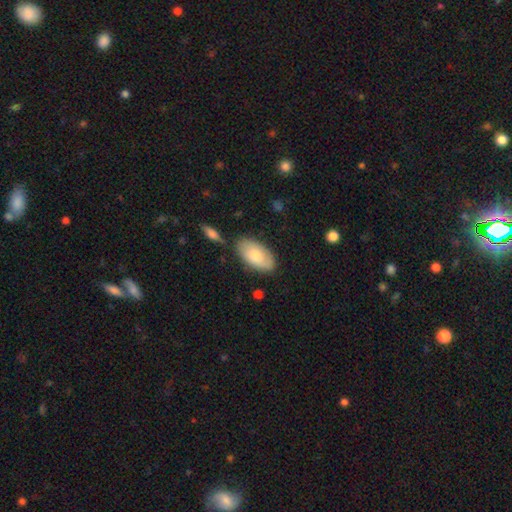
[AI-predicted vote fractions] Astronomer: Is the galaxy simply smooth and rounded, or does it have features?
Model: smooth — 76%.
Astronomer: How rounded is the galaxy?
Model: in between — 95%.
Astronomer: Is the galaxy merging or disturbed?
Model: none — 74%.